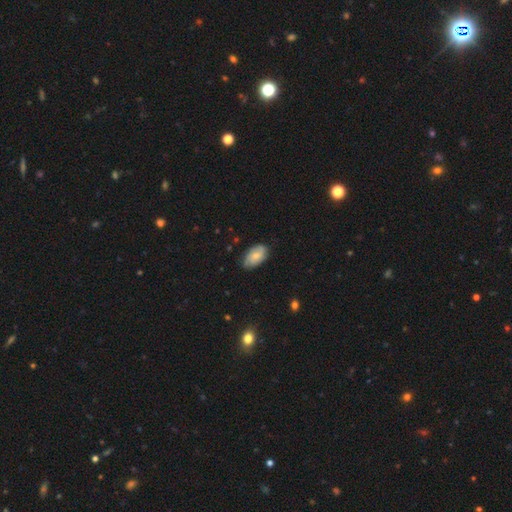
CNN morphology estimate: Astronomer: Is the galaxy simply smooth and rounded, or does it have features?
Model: smooth — 55% (runner-up: featured or disk, 38%).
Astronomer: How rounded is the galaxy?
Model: in between — 92%.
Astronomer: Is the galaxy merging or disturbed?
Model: none — 75%.